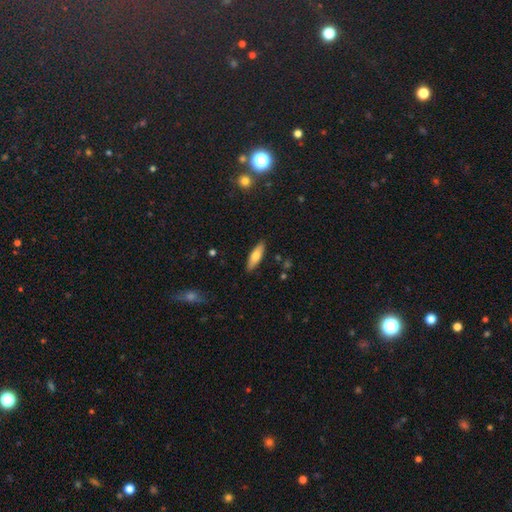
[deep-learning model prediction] Smooth or featured? smooth (69%)
How rounded? cigar-shaped (54%)
Merging? none (88%)